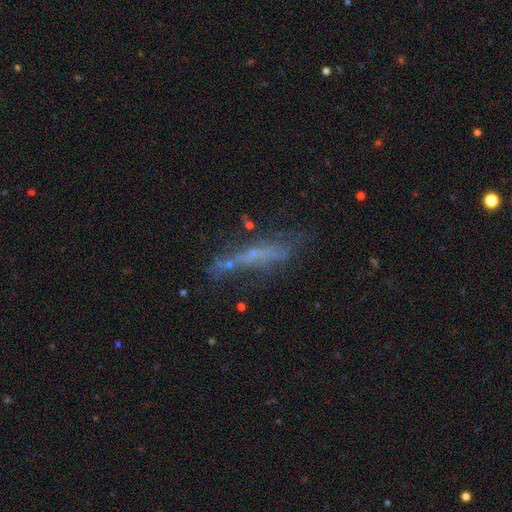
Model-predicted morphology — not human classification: Smooth or featured: featured or disk — 48% (smooth — 34%)
Merging: none — 49% (minor disturbance — 21%)